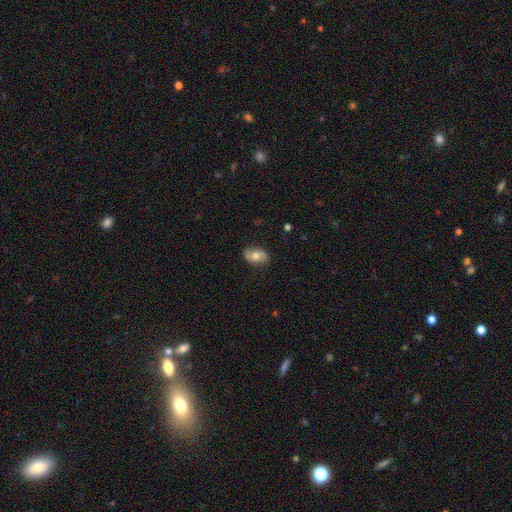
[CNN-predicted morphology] This is likely a smooth galaxy (63%). How rounded: clearly in between (88%). Merging: clearly none (82%).